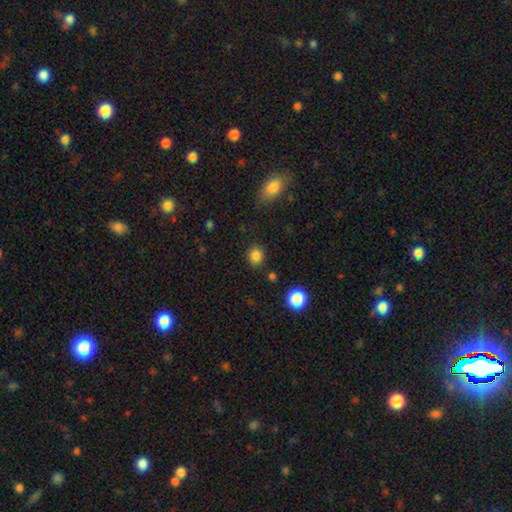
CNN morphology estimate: This is clearly a smooth galaxy (85%). How rounded: clearly round (81%). Merging: clearly none (88%).